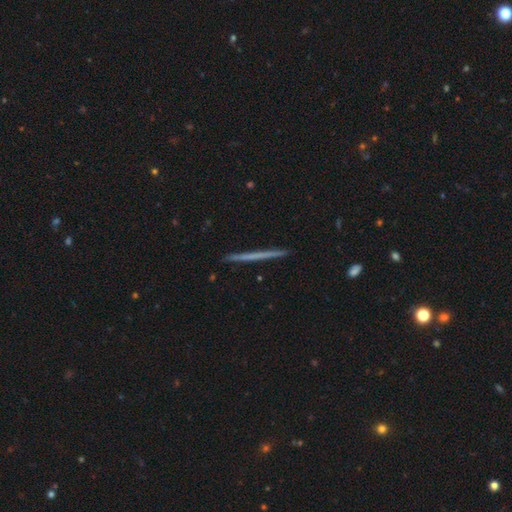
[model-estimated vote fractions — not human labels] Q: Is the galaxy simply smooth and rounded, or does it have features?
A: featured or disk — 51%.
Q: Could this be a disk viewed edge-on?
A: yes — 98%.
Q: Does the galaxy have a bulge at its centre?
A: none — 92%.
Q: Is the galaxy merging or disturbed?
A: none — 93%.